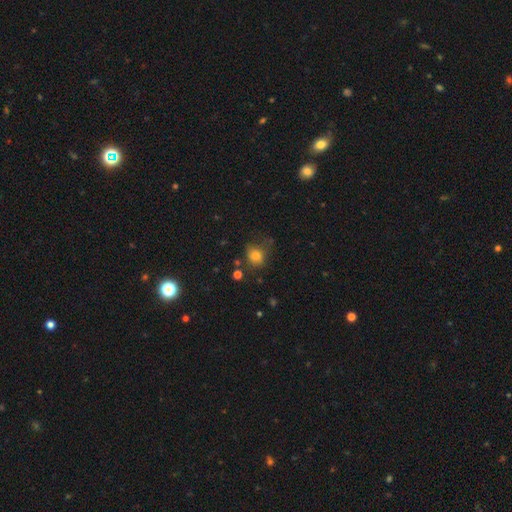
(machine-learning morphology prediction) smooth 76%, star or artifact 14%, featured or disk 10%. Down the decision tree: how rounded — round (64%); merging — none (58%).